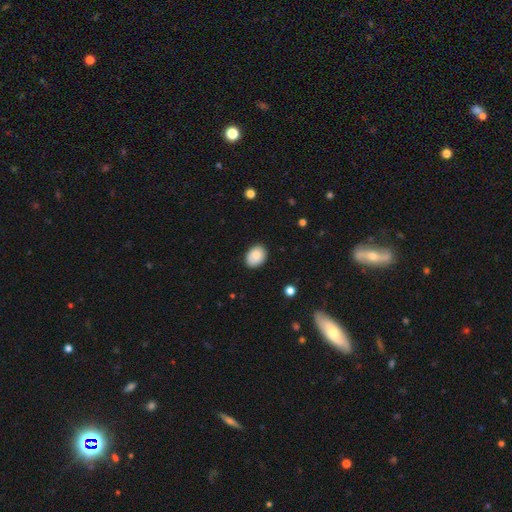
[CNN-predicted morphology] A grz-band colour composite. It shows a smooth galaxy with no disk features (87%) that is in between round and cigar-shaped (73%). Merging: none (84%).